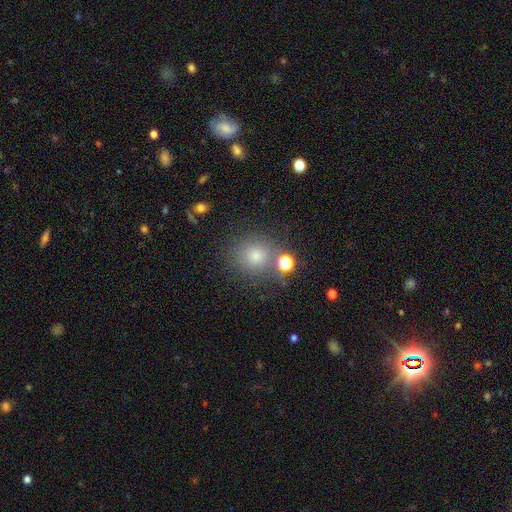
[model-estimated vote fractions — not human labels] Smooth or featured? Predicted: smooth (p=0.72). How rounded? Predicted: round (p=0.87). Merging? Predicted: none (p=0.78).